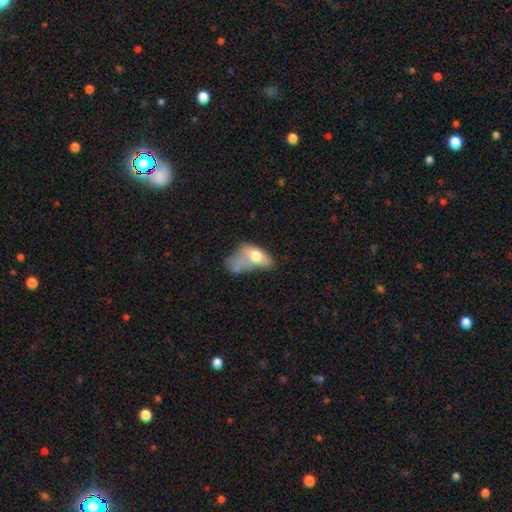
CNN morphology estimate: Overall: smooth (64%; featured or disk 27%). How rounded: in between (87%). Merging: major disturbance (38%; merger 31%).